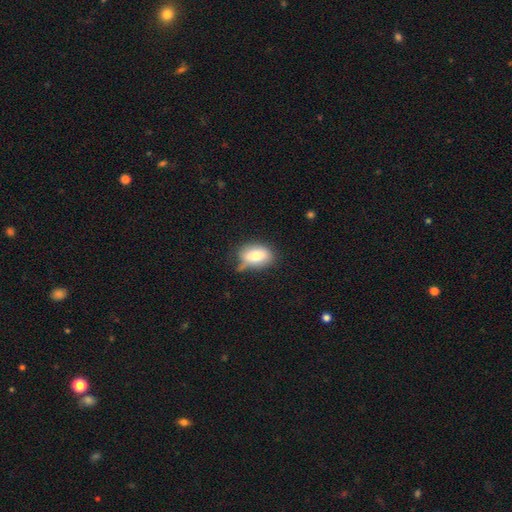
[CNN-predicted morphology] smooth-or-featured: smooth: 75% | featured or disk: 17% | star or artifact: 8%
  how-rounded: in between: 85% | round: 13% | cigar-shaped: 2%
  merging: none: 50% | minor disturbance: 31% | major disturbance: 11% | merger: 8%